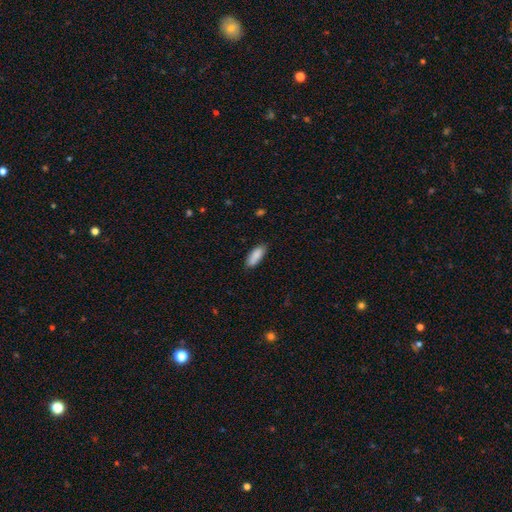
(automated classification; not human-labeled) smooth 88%, star or artifact 6%, featured or disk 6%. Down the decision tree: how rounded — in between (72%); merging — none (81%).